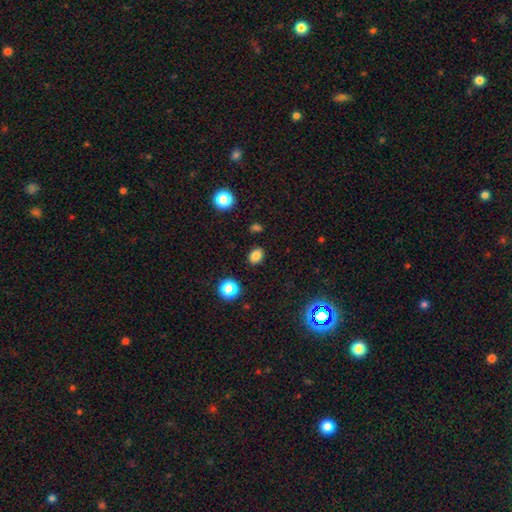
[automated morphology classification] A smooth galaxy with no disk features (82%) that is in between round and cigar-shaped (67%).

Vote fractions:
- Smooth or featured? smooth: 82% / star or artifact: 13% / featured or disk: 5%
- How rounded? in between: 67% / round: 32% / cigar-shaped: 1%
- Merging? none: 87% / minor disturbance: 8% / major disturbance: 3% / merger: 2%